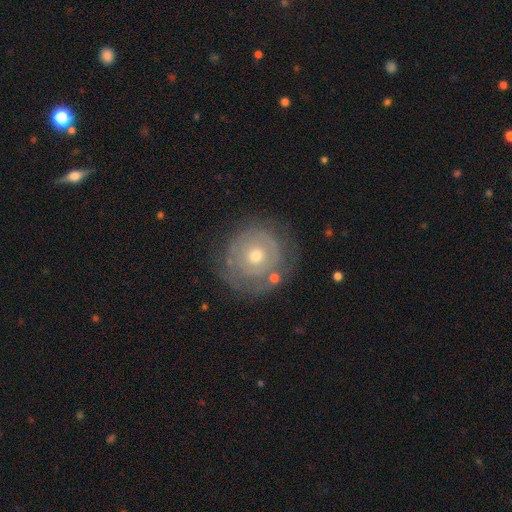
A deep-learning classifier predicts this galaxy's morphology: This appears to be a featured or disk galaxy (64%) with no bar (88%), spiral arms (52%) and a moderate central bulge (55%). Merging: none (74%).